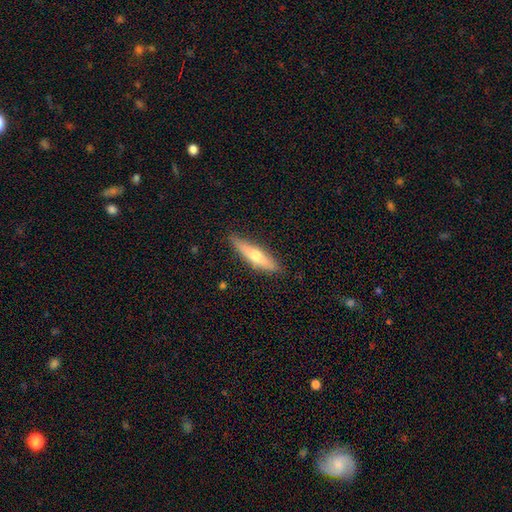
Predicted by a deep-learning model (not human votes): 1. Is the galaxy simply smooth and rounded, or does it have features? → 53% smooth, 41% featured or disk, 6% star or artifact.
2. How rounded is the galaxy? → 79% cigar-shaped, 19% in between, 2% round.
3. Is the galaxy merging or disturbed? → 84% none, 13% minor disturbance, 2% major disturbance, 1% merger.